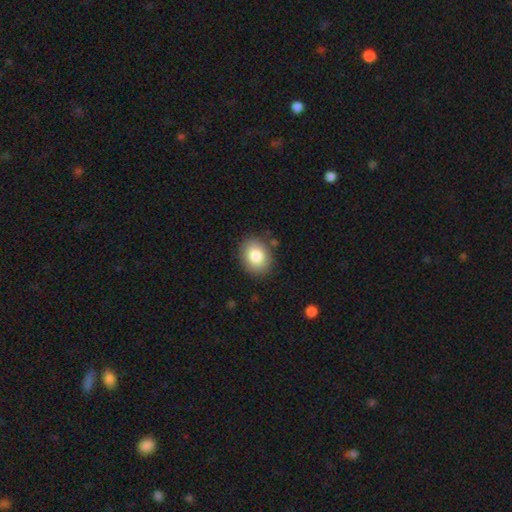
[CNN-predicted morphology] This is clearly a smooth galaxy (84%). How rounded: possibly in between (52%). Merging: clearly none (86%).